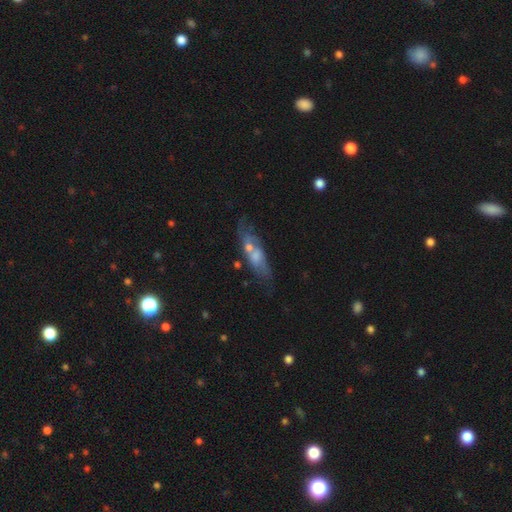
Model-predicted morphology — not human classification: Overall: featured or disk (50%; smooth 36%). Edge-on disk: no (57%; yes 43%). Merging: none (62%).